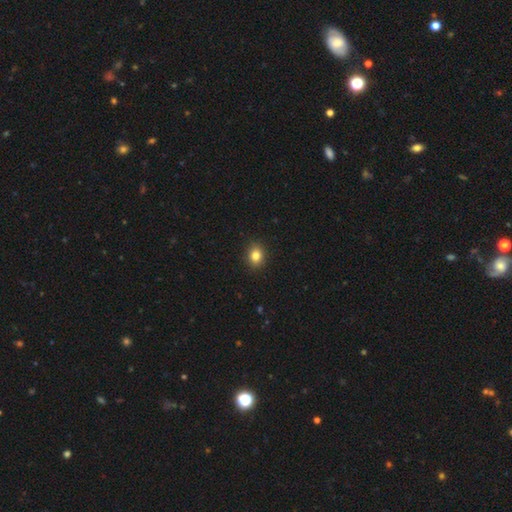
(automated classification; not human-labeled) This is clearly a smooth galaxy (82%). How rounded: possibly round (58%). Merging: clearly none (91%).